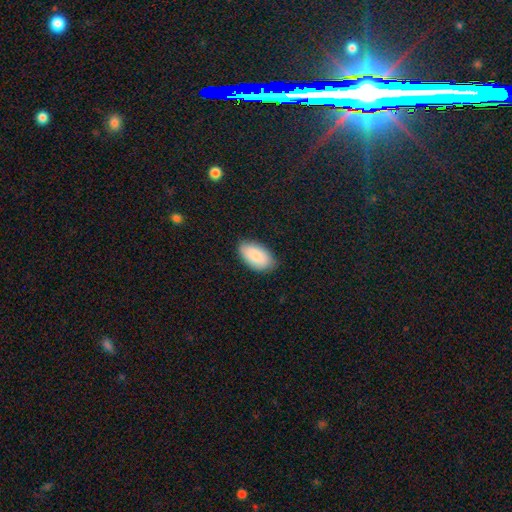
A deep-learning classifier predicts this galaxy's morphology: Smooth or featured?
  - smooth: 88% *
  - featured or disk: 7%
  - star or artifact: 6%
How rounded?
  - in between: 95% *
  - round: 3%
  - cigar-shaped: 2%
Merging?
  - none: 83% *
  - minor disturbance: 14%
  - major disturbance: 2%
  - merger: 1%